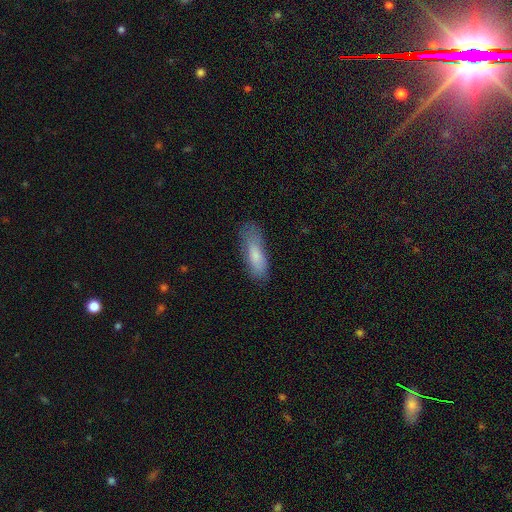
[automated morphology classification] Smooth or featured? smooth (79%)
How rounded? in between (50%)
Merging? none (64%)